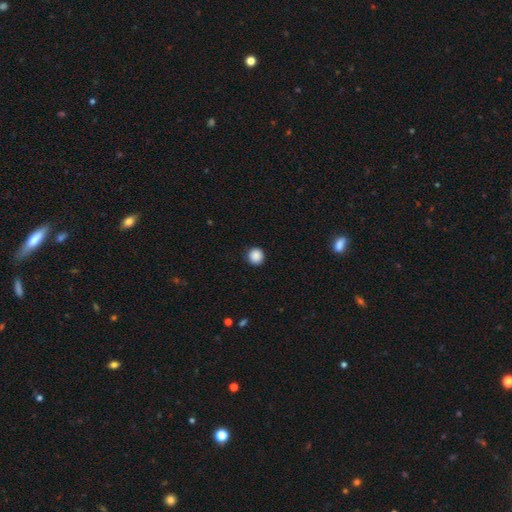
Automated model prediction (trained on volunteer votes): Smooth or featured? Predicted: smooth (p=0.88). How rounded? Predicted: round (p=0.95). Merging? Predicted: none (p=0.92).